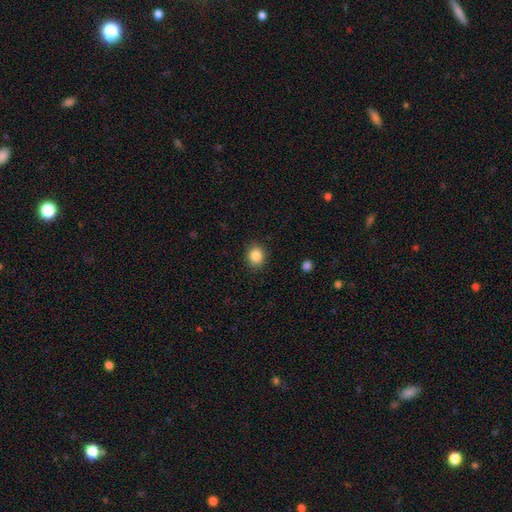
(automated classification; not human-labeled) This appears to be a smooth galaxy with no disk features (86%) that is round (71%). Merging: none (89%).